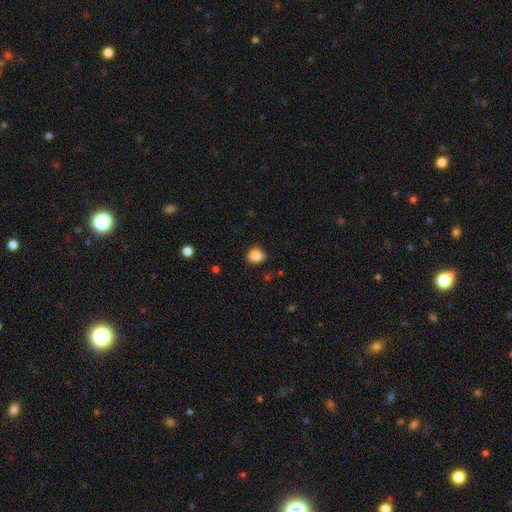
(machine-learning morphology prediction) Overall: smooth (84%). How rounded: round (55%; in between 44%). Merging: none (64%; minor disturbance 26%).